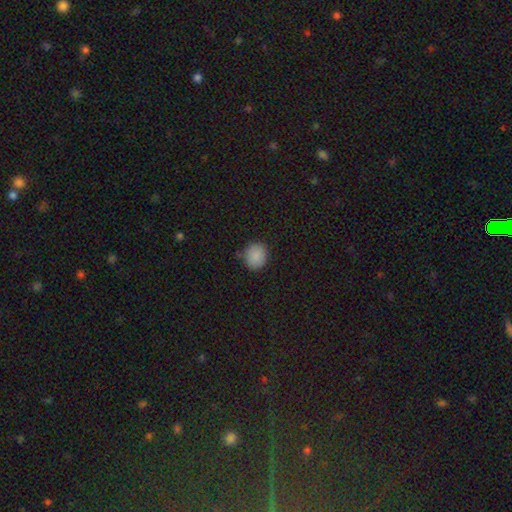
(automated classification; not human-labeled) Q: Smooth or featured?
A: smooth (87%); runner-up: star or artifact (9%)
Q: How rounded?
A: round (70%); runner-up: in between (29%)
Q: Merging?
A: none (83%); runner-up: minor disturbance (13%)